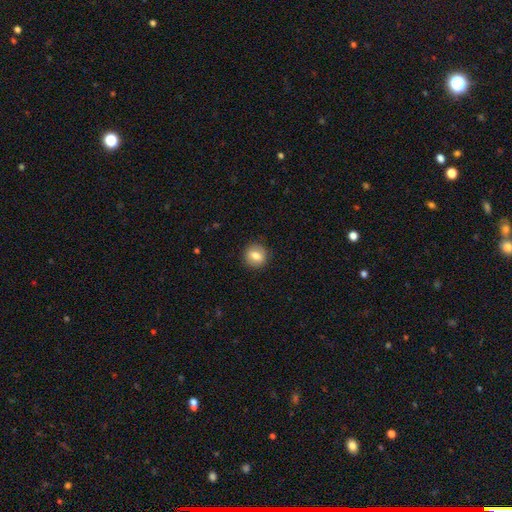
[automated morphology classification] smooth 76%, featured or disk 16%, star or artifact 9%. Down the decision tree: how rounded — round (82%); merging — none (90%).